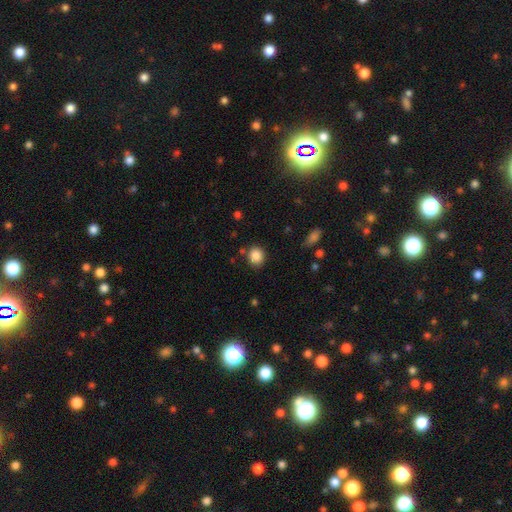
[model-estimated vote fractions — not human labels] Morphology: type=smooth (86%); roundness=round (72%); merging=none (81%).